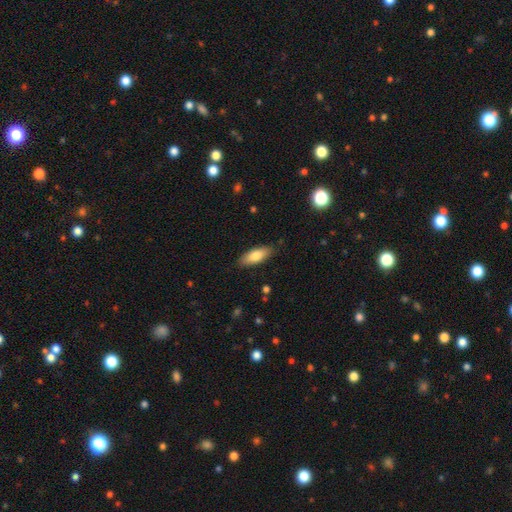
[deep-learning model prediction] Smooth or featured: smooth — 79% (featured or disk — 15%)
How rounded: in between — 72% (cigar-shaped — 27%)
Merging: none — 86% (minor disturbance — 11%)